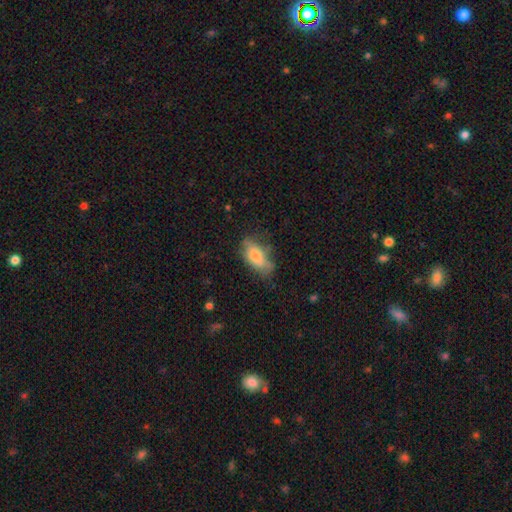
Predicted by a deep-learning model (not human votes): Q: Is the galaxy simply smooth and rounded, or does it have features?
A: smooth — 73%.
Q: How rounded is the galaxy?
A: in between — 86%.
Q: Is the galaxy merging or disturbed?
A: none — 54%.